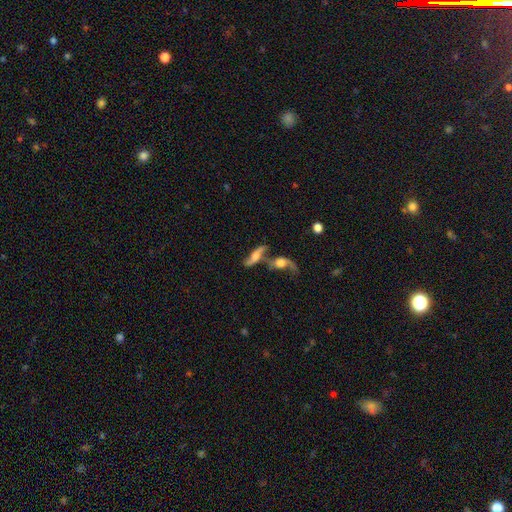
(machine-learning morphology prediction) featured or disk 64%, smooth 27%, star or artifact 9%. Down the decision tree: edge-on disk — no (66%); merging — merger (54%).